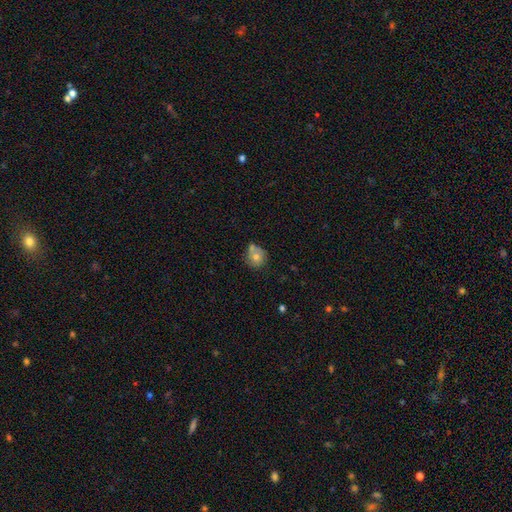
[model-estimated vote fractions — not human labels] The model was most divided on "merging": none: 52%, merger: 22%, minor disturbance: 20%, major disturbance: 6%. More confident: how rounded — round (82%); smooth or featured — smooth (63%).